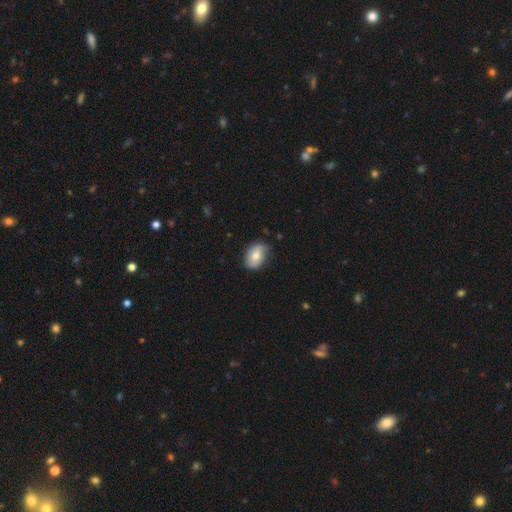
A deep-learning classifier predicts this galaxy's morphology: Smooth or featured?
  - smooth: 69% *
  - featured or disk: 23%
  - star or artifact: 7%
How rounded?
  - in between: 82% *
  - round: 16%
  - cigar-shaped: 1%
Merging?
  - none: 74% *
  - minor disturbance: 21%
  - major disturbance: 3%
  - merger: 1%